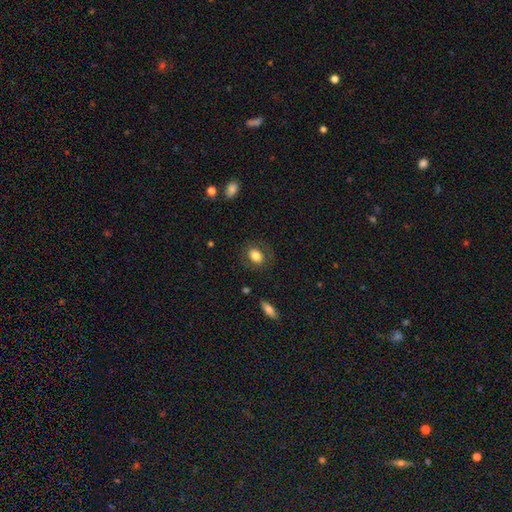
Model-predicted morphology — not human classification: Smooth or featured: smooth — 77% (featured or disk — 15%)
How rounded: in between — 66% (round — 32%)
Merging: none — 80% (minor disturbance — 12%)